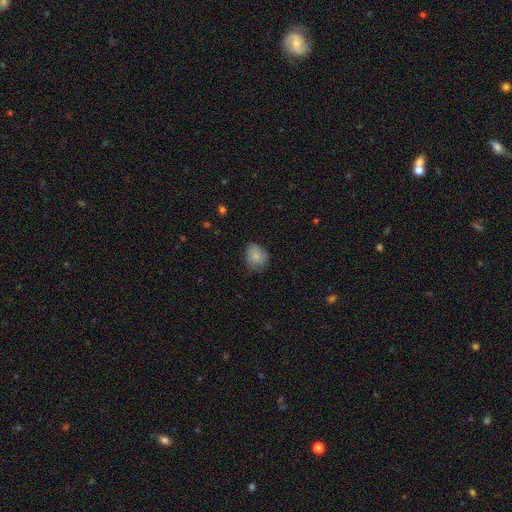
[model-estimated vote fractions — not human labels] This is likely a smooth galaxy (78%). How rounded: possibly round (60%). Merging: likely none (64%).